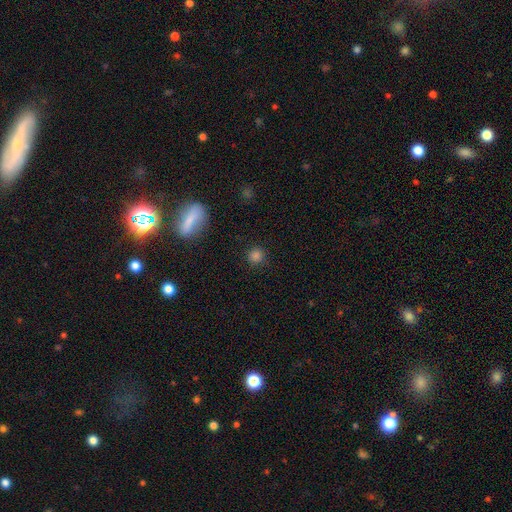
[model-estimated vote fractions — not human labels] Smooth or featured? smooth (81%)
How rounded? round (91%)
Merging? none (88%)